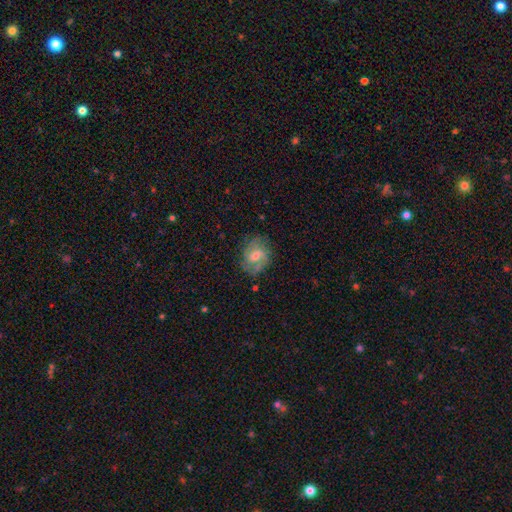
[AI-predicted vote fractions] This is possibly a featured or disk galaxy (58%). It is clearly not viewed edge-on (96%). Bar: possibly weak (51%). Spiral arm pattern: clearly yes (81%). Central bulge: possibly moderate (56%). Merging: likely none (69%).